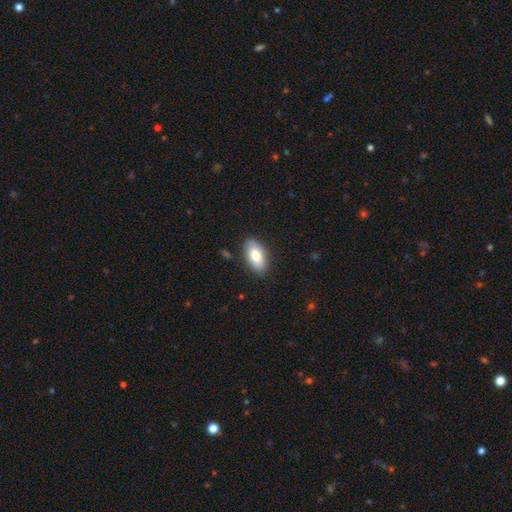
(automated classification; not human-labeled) Smooth or featured: smooth — 79% (featured or disk — 15%)
How rounded: in between — 92% (cigar-shaped — 5%)
Merging: none — 86% (minor disturbance — 10%)